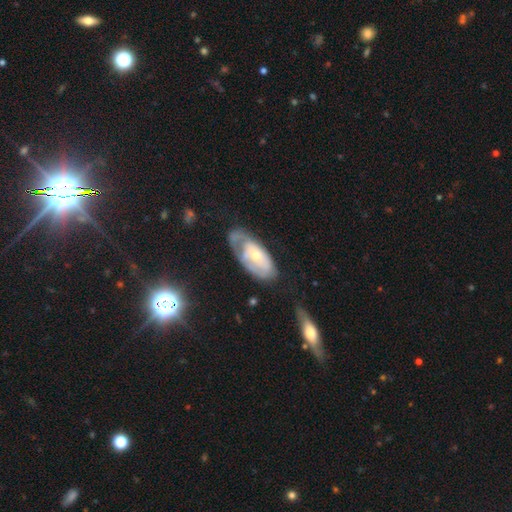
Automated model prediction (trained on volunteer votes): Smooth or featured: featured or disk — 58% (smooth — 35%)
Edge-on disk: no — 90% (yes — 10%)
Bar: no — 79% (weak — 17%)
Spiral arms: yes — 52% (no — 48%)
Bulge size: small — 54% (moderate — 40%)
Merging: none — 41% (minor disturbance — 32%)